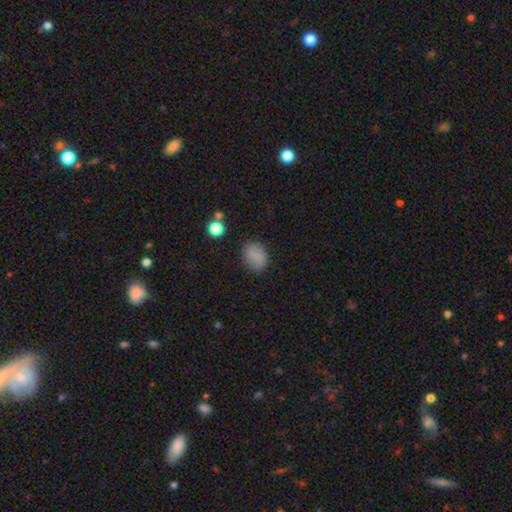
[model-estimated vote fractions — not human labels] Smooth or featured? Predicted: smooth (p=0.80). How rounded? Predicted: round (p=0.51). Merging? Predicted: none (p=0.81).